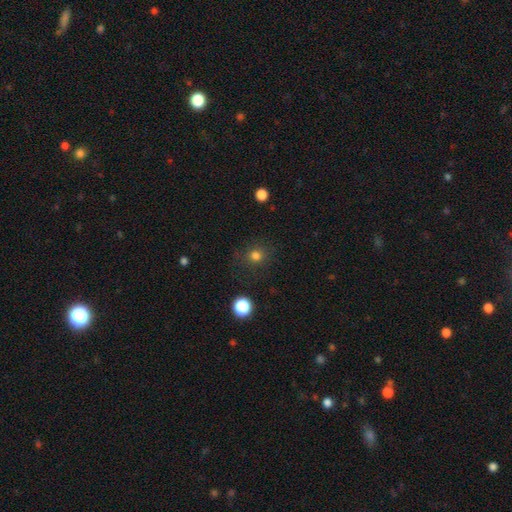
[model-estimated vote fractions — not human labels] Smooth or featured: smooth — 79% (star or artifact — 16%)
How rounded: round — 89% (in between — 10%)
Merging: none — 85% (minor disturbance — 9%)